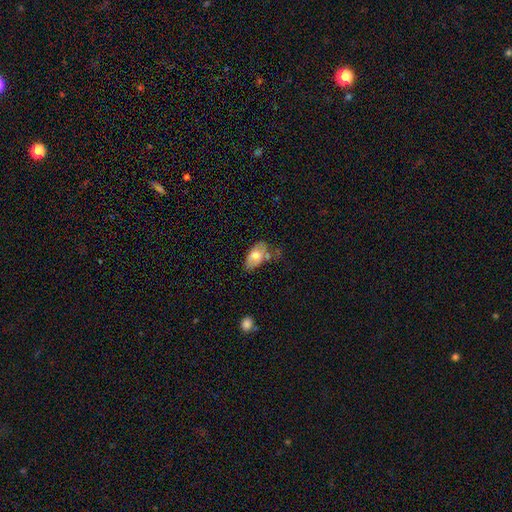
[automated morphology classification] Smooth or featured: smooth — 66% (featured or disk — 26%)
How rounded: in between — 93% (round — 5%)
Merging: none — 43% (minor disturbance — 31%)